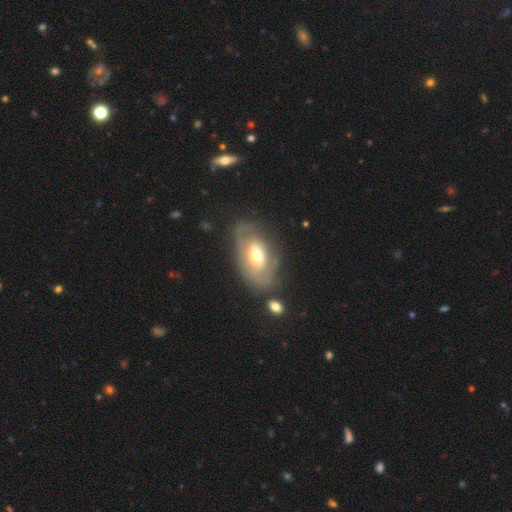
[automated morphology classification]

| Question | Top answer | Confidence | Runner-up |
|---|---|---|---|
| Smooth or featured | featured or disk | 59% | smooth (35%) |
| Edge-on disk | no | 92% | yes (8%) |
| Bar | no | 54% | weak (34%) |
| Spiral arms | yes | 54% | no (46%) |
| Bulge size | moderate | 65% | small (22%) |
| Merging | none | 59% | minor disturbance (23%) |